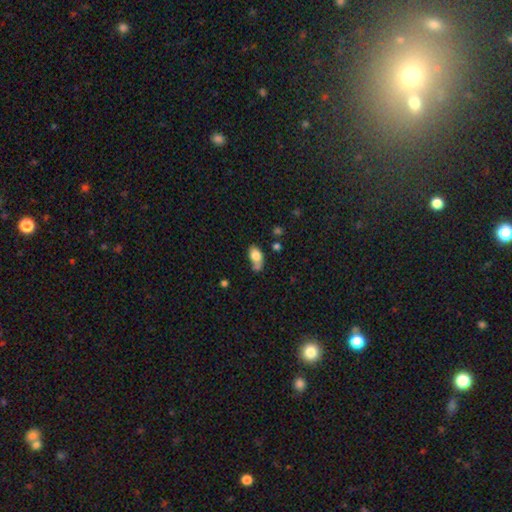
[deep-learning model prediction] Overall: smooth (77%). How rounded: in between (86%). Merging: none (36%; minor disturbance 25%).